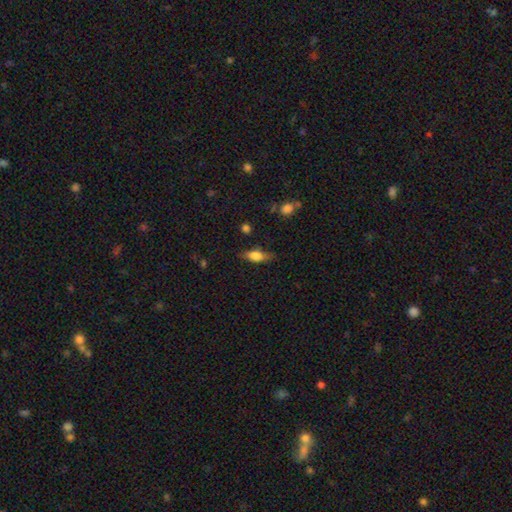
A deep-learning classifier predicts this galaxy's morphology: Smooth or featured?
  - smooth: 56% *
  - featured or disk: 36%
  - star or artifact: 8%
How rounded?
  - in between: 65% *
  - cigar-shaped: 30%
  - round: 5%
Merging?
  - none: 76% *
  - minor disturbance: 18%
  - major disturbance: 4%
  - merger: 2%